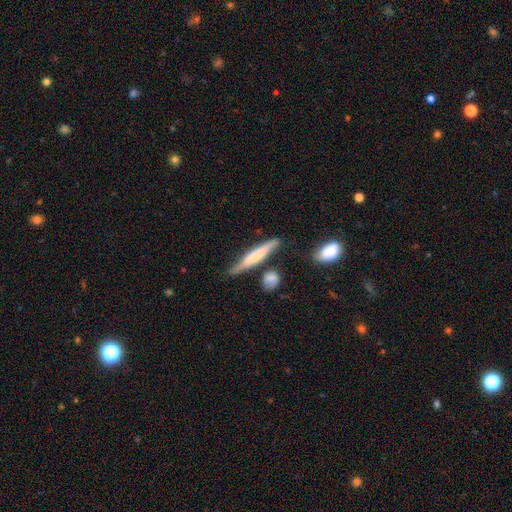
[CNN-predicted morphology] type=smooth (50%); roundness=cigar-shaped (89%); merging=none (65%).